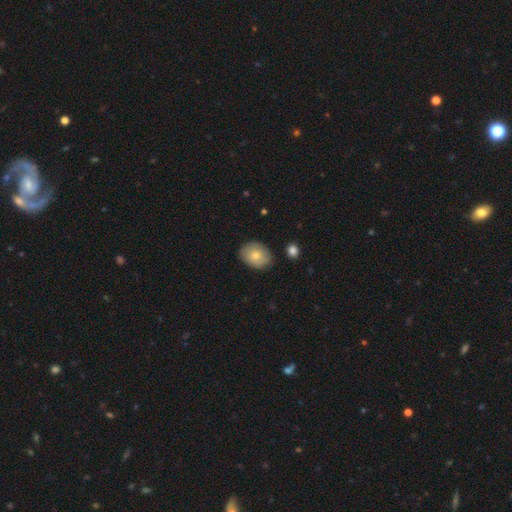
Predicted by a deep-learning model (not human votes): A smooth galaxy with no disk features (78%) that is in between round and cigar-shaped (63%).

Vote fractions:
- Smooth or featured? smooth: 78% / featured or disk: 15% / star or artifact: 7%
- How rounded? in between: 63% / round: 36% / cigar-shaped: 1%
- Merging? none: 82% / minor disturbance: 13% / major disturbance: 3% / merger: 2%